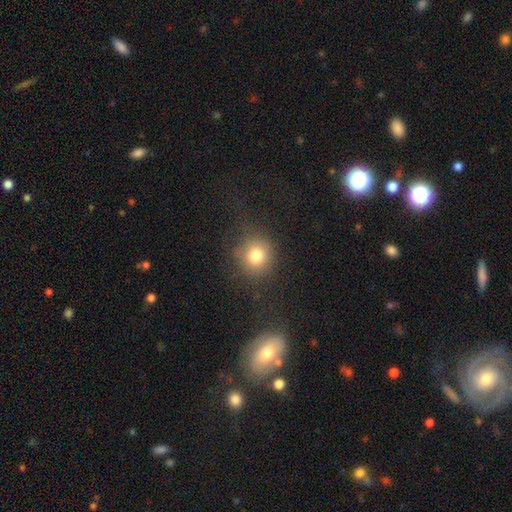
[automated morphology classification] smooth-or-featured: smooth: 78% | star or artifact: 14% | featured or disk: 9%
  how-rounded: round: 89% | in between: 10% | cigar-shaped: 1%
  merging: none: 79% | minor disturbance: 12% | major disturbance: 7% | merger: 2%